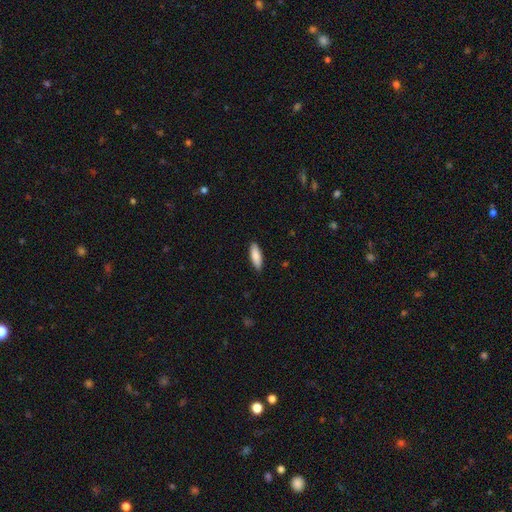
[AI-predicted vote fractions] Smooth or featured: smooth — 87% (featured or disk — 7%)
How rounded: in between — 60% (cigar-shaped — 38%)
Merging: none — 88% (minor disturbance — 10%)